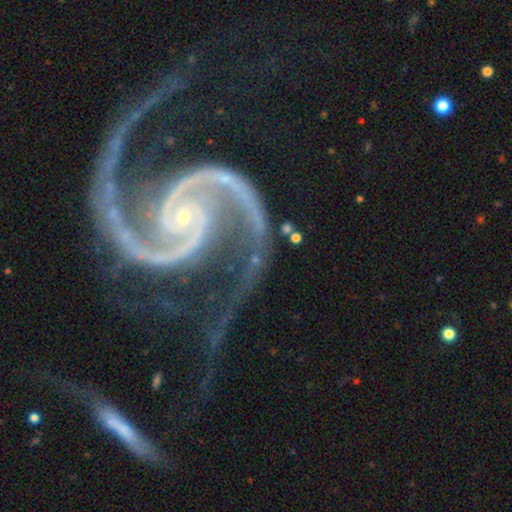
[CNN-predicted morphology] A featured or disk galaxy (95%) with no bar (64%), 2 (93%) medium (61%) spiral arms (99%) and a small central bulge (84%).

Vote fractions:
- Smooth or featured? featured or disk: 95% / star or artifact: 4% / smooth: 2%
- Edge-on disk? no: 98% / yes: 2%
- Bar? no: 64% / weak: 23% / strong: 13%
- Spiral arms? yes: 99% / no: 1%
- Spiral winding? medium: 61% / tight: 23% / loose: 16%
- Spiral arm count? 2: 93% / 3: 2% / can't tell: 1% / 1: 1% / 4: 1% / more than 4: 1%
- Bulge size? small: 84% / moderate: 11% / none: 2% / large: 1% / dominant: 1%
- Merging? none: 61% / minor disturbance: 19% / major disturbance: 15% / merger: 5%